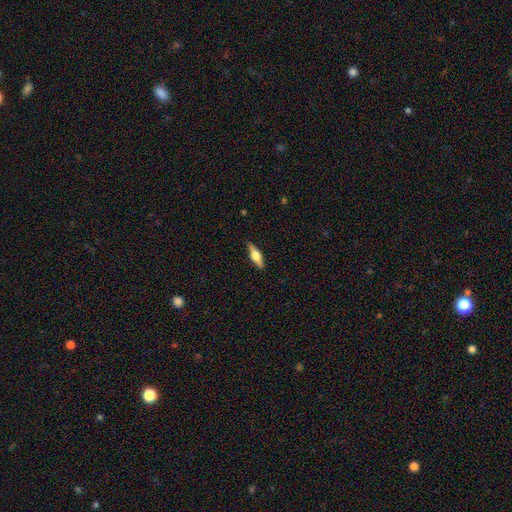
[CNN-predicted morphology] Smooth or featured? featured or disk (48%)
Merging? none (87%)